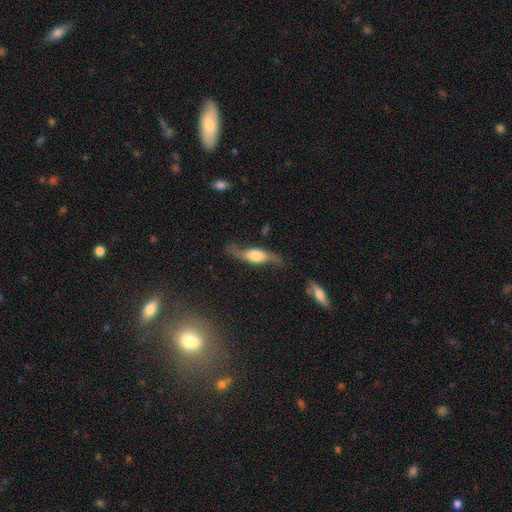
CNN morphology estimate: Smooth or featured? featured or disk (68%)
Edge-on disk? no (53%)
Merging? none (66%)